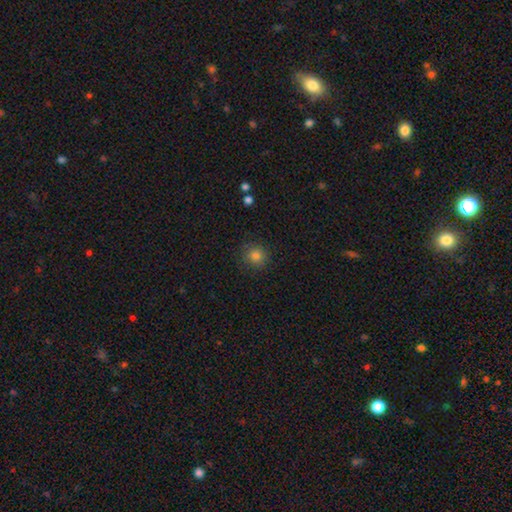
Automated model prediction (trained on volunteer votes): smooth 81%, star or artifact 13%, featured or disk 5%. Down the decision tree: how rounded — round (92%); merging — none (88%).